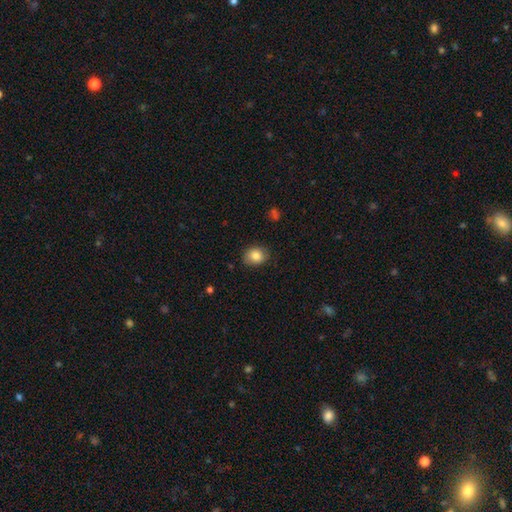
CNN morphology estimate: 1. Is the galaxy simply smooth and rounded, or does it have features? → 84% smooth, 9% star or artifact, 8% featured or disk.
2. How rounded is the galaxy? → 55% round, 44% in between, 1% cigar-shaped.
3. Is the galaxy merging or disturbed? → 83% none, 13% minor disturbance, 3% major disturbance, 1% merger.